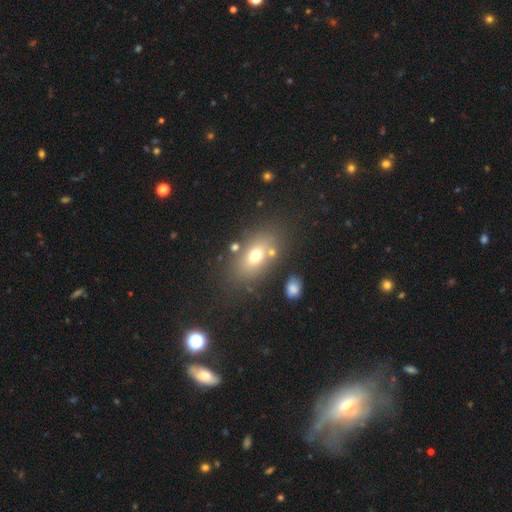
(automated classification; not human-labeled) This appears to be a smooth galaxy with no disk features (68%) that is in between round and cigar-shaped (78%). Merging: none (73%).